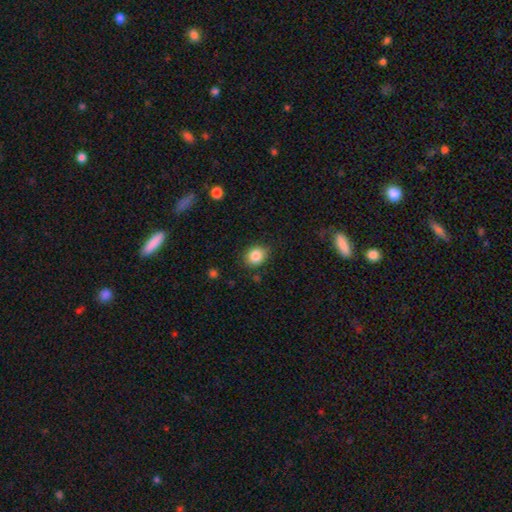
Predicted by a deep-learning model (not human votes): Smooth or featured?
  - smooth: 85% *
  - star or artifact: 9%
  - featured or disk: 6%
How rounded?
  - round: 63% *
  - in between: 36%
  - cigar-shaped: 1%
Merging?
  - none: 83% *
  - minor disturbance: 13%
  - major disturbance: 3%
  - merger: 2%